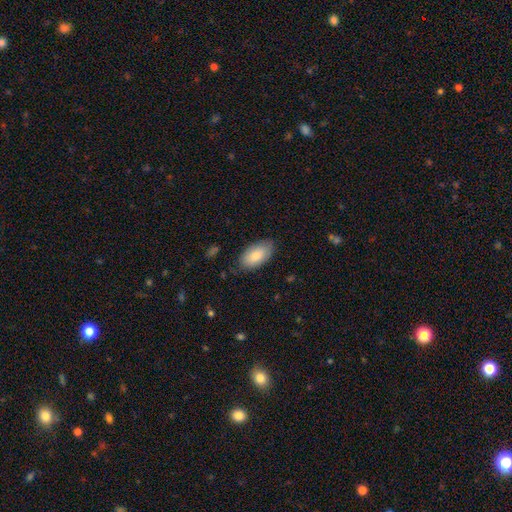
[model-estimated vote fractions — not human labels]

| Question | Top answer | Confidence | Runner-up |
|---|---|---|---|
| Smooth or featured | smooth | 83% | featured or disk (11%) |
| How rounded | in between | 94% | round (3%) |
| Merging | none | 78% | minor disturbance (18%) |